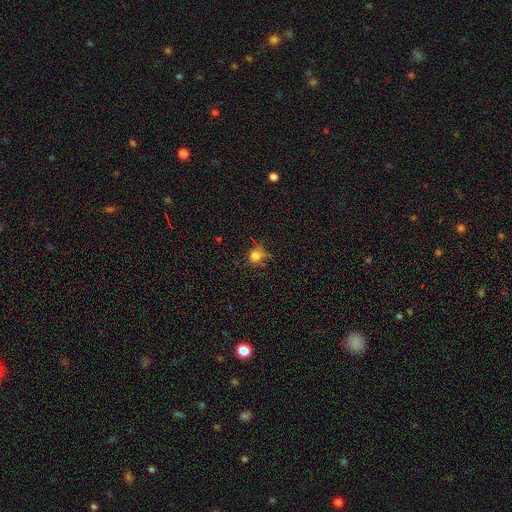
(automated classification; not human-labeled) smooth_or_featured: smooth (p=0.75) [alt: star or artifact p=0.17]
how_rounded: round (p=0.84) [alt: in between p=0.15]
merging: none (p=0.67) [alt: minor disturbance p=0.21]